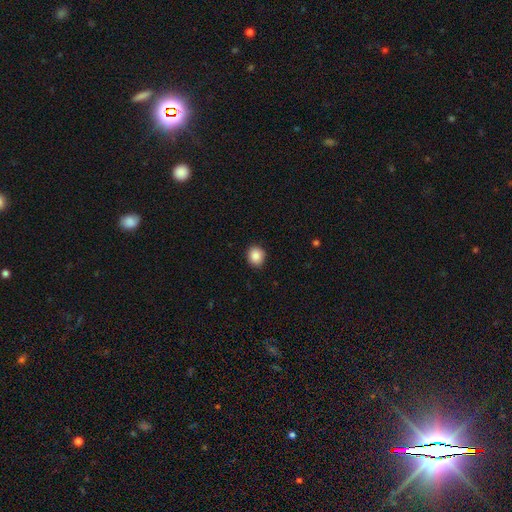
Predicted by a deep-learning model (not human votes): A smooth galaxy with no disk features (88%) that is round (75%).

Vote fractions:
- Smooth or featured? smooth: 88% / star or artifact: 9% / featured or disk: 3%
- How rounded? round: 75% / in between: 24% / cigar-shaped: 1%
- Merging? none: 90% / minor disturbance: 7% / major disturbance: 2% / merger: 1%